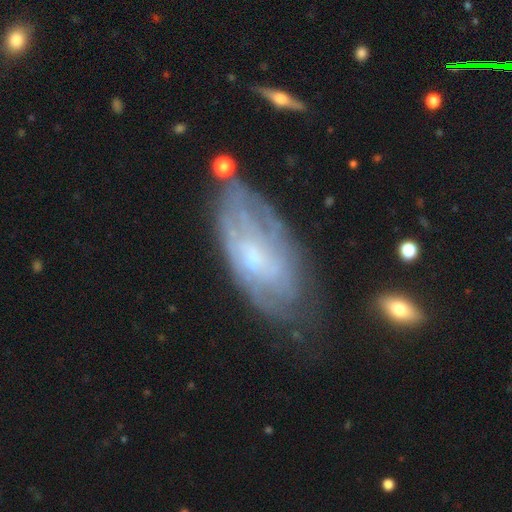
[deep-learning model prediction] Smooth or featured?
  - featured or disk: 66% *
  - smooth: 27%
  - star or artifact: 7%
Edge-on disk?
  - no: 89% *
  - yes: 11%
Bar?
  - no: 69% *
  - weak: 27%
  - strong: 4%
Spiral arms?
  - yes: 69% *
  - no: 31%
Bulge size?
  - small: 57% *
  - moderate: 29%
  - none: 11%
  - large: 3%
  - dominant: 1%
Merging?
  - none: 62% *
  - minor disturbance: 24%
  - major disturbance: 10%
  - merger: 4%